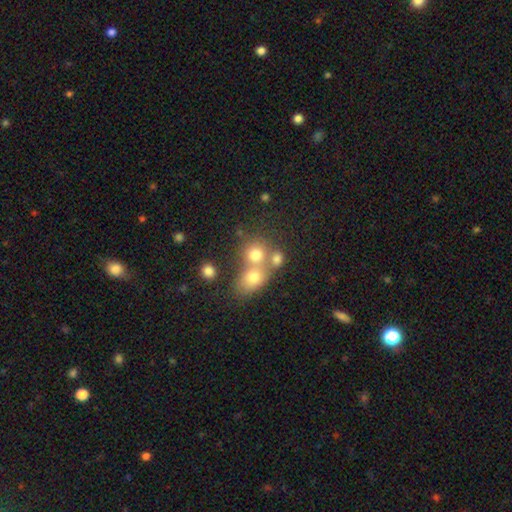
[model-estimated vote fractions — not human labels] The model was most divided on "merging": merger: 51%, none: 37%, minor disturbance: 8%, major disturbance: 4%. More confident: how rounded — round (73%); smooth or featured — smooth (69%).